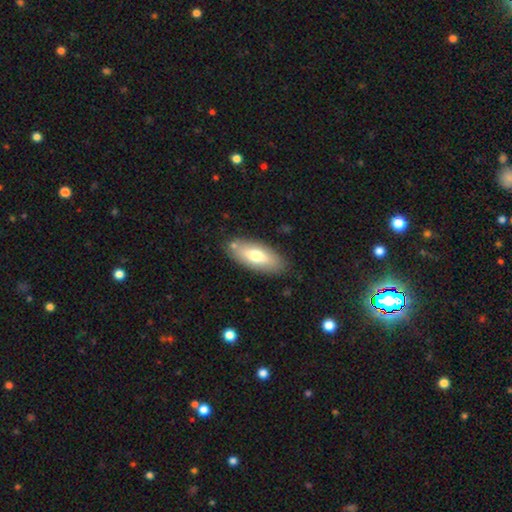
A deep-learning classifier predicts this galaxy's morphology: Q: Smooth or featured?
A: smooth (66%); runner-up: featured or disk (27%)
Q: How rounded?
A: in between (80%); runner-up: cigar-shaped (18%)
Q: Merging?
A: none (80%); runner-up: minor disturbance (13%)